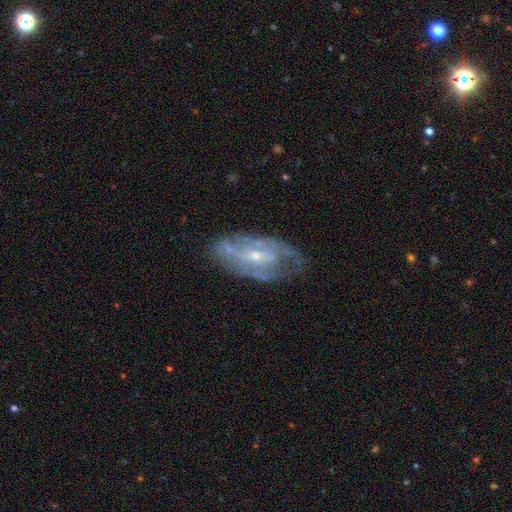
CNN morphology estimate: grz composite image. It shows a featured or disk galaxy (77%) with no bar (45%), medium (41%) spiral arms (72%) and a small central bulge (61%). Merging: none (55%).